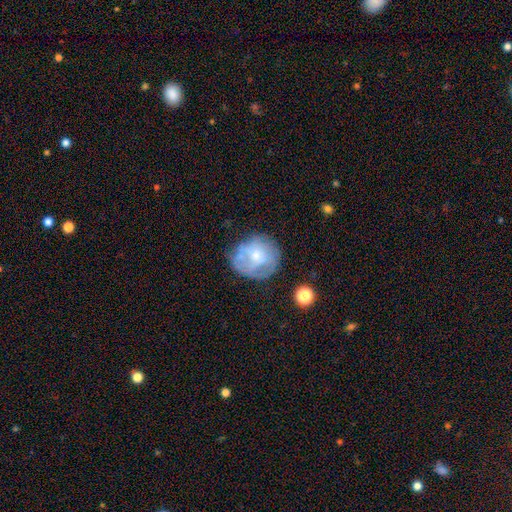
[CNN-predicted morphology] Q: Smooth or featured?
A: smooth (46%); runner-up: featured or disk (45%)
Q: Merging?
A: none (59%); runner-up: minor disturbance (23%)